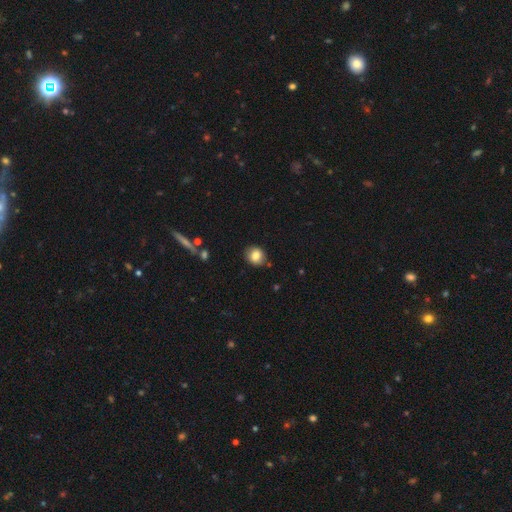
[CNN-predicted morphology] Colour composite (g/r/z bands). It shows a smooth galaxy with no disk features (81%) that is round (71%). Merging: none (82%).